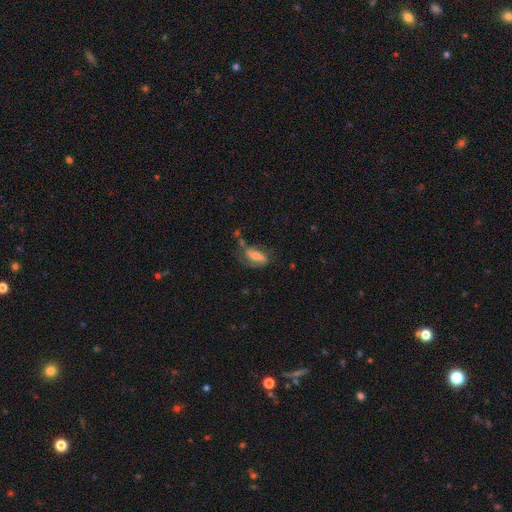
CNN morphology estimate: A featured or disk galaxy (49%).

Vote fractions:
- Smooth or featured? featured or disk: 49% / smooth: 43% / star or artifact: 8%
- Merging? none: 48% / minor disturbance: 26% / major disturbance: 19% / merger: 7%